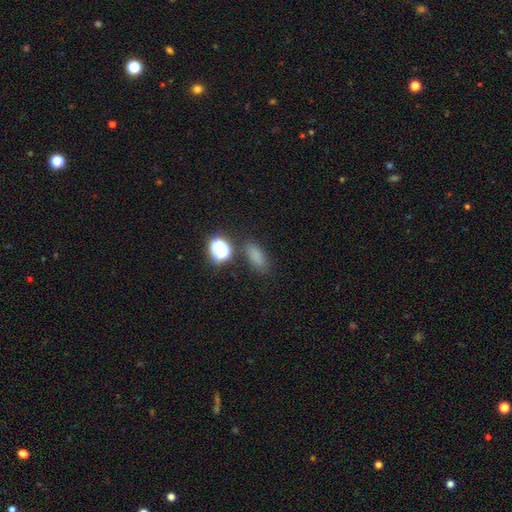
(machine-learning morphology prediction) Smooth or featured? smooth (75%)
How rounded? in between (74%)
Merging? none (76%)